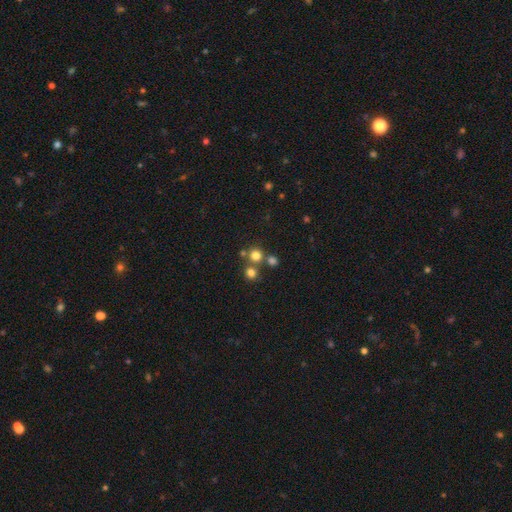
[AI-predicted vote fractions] This appears to be a smooth galaxy with no disk features (74%) that is round (91%). Merging: none (65%).